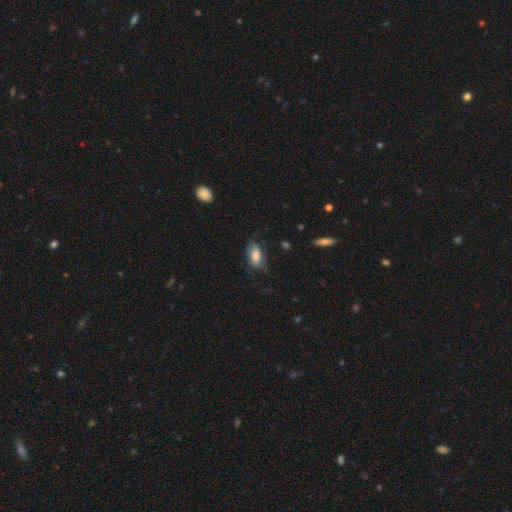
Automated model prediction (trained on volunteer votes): Overall: smooth (73%). How rounded: in between (87%). Merging: none (54%; minor disturbance 30%).